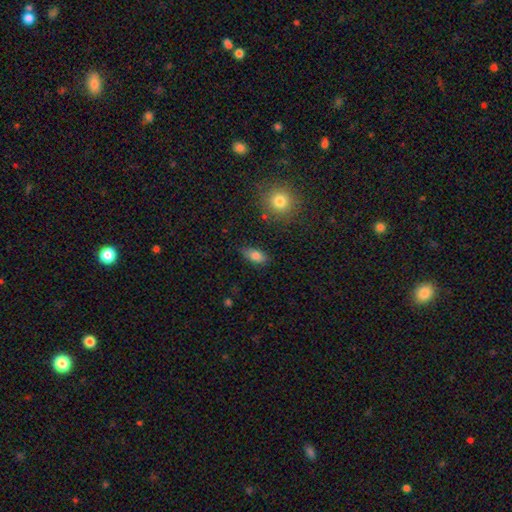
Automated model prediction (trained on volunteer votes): Smooth or featured?
  - smooth: 81% *
  - featured or disk: 11%
  - star or artifact: 8%
How rounded?
  - in between: 87% *
  - cigar-shaped: 7%
  - round: 6%
Merging?
  - none: 81% *
  - minor disturbance: 14%
  - major disturbance: 3%
  - merger: 2%